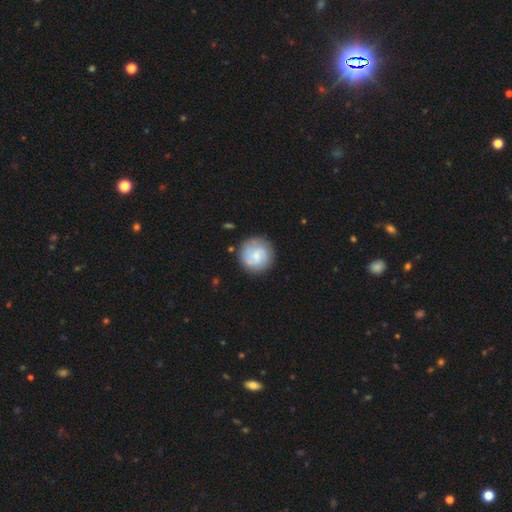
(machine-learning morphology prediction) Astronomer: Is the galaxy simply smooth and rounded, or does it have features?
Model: smooth — 61%.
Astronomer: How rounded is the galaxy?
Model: round — 94%.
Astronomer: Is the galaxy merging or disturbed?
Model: none — 82%.